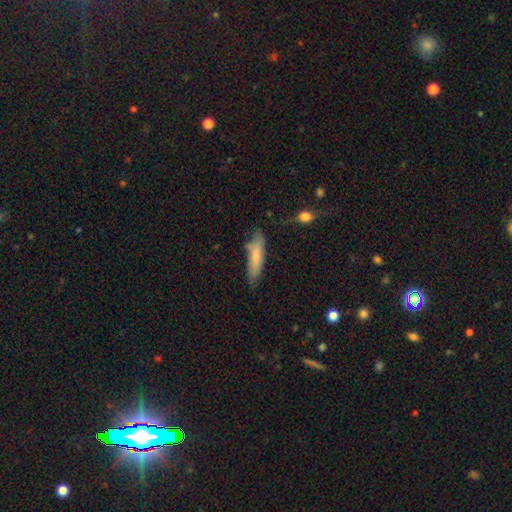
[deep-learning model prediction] A smooth galaxy with no disk features (73%) that is cigar-shaped (74%). Merging: none (68%).